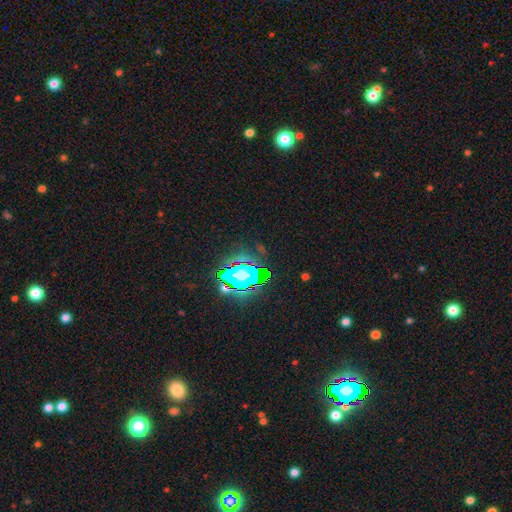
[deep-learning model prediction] Overall: star or artifact (80%).